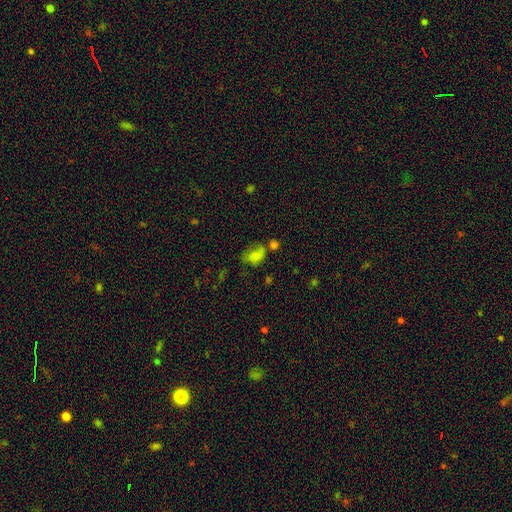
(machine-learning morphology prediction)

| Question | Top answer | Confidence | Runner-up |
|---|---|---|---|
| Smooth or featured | smooth | 68% | featured or disk (17%) |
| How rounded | in between | 73% | round (25%) |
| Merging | none | 33% | minor disturbance (25%) |